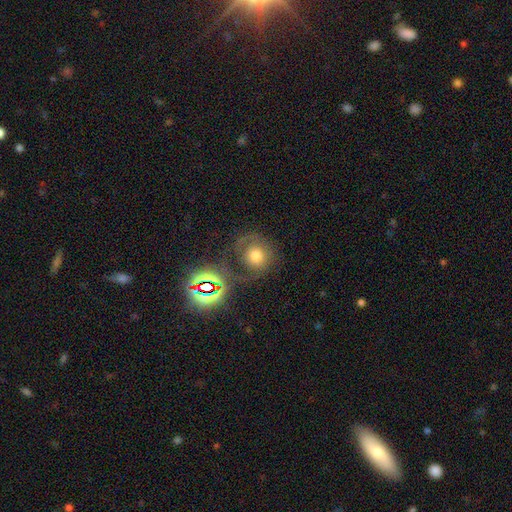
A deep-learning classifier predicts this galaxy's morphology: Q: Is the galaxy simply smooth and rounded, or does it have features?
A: smooth — 50%.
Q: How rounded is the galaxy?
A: round — 86%.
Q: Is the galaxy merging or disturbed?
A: none — 58%.